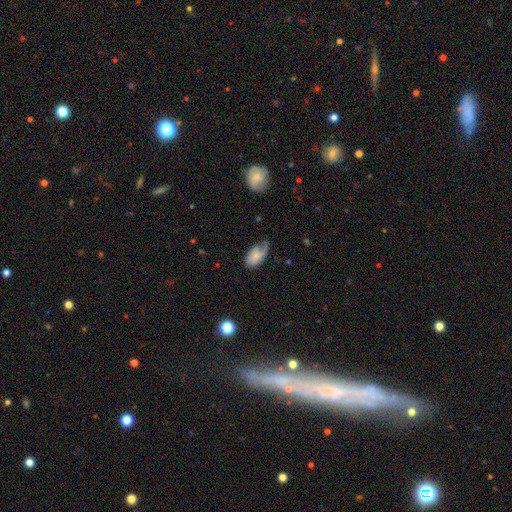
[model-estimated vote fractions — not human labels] Smooth or featured? Predicted: smooth (p=0.59). How rounded? Predicted: in between (p=0.93). Merging? Predicted: none (p=0.46).